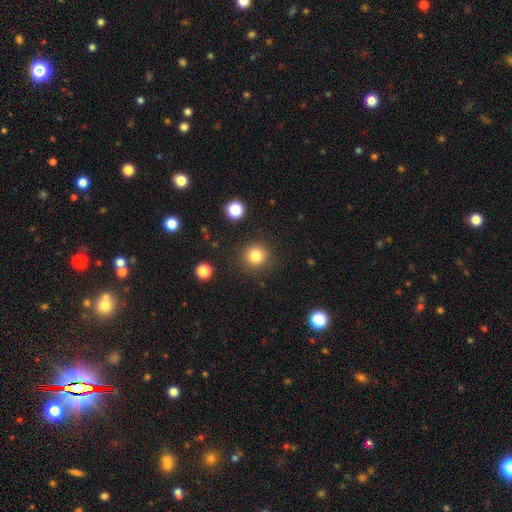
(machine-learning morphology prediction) Overall: smooth (82%). How rounded: round (94%). Merging: none (89%).